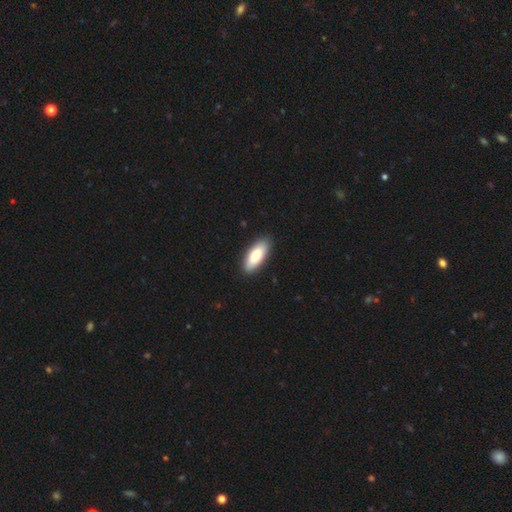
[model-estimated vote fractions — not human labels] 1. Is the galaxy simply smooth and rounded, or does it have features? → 81% smooth, 14% featured or disk, 5% star or artifact.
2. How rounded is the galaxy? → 76% in between, 22% cigar-shaped, 2% round.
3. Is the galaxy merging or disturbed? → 89% none, 8% minor disturbance, 2% major disturbance, 1% merger.